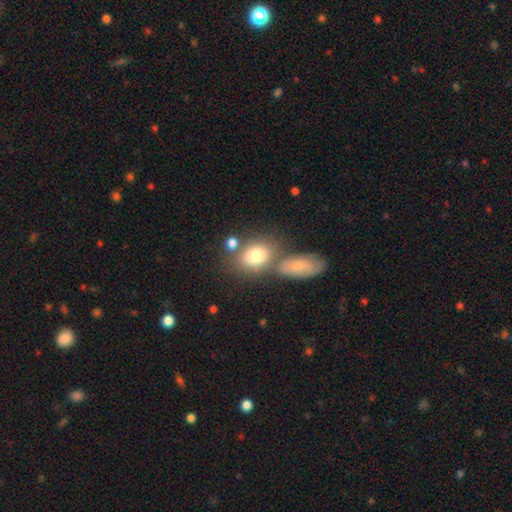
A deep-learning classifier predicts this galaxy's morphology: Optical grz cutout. It shows a smooth galaxy with no disk features (77%) that is in between round and cigar-shaped (71%). Merging: none (52%).